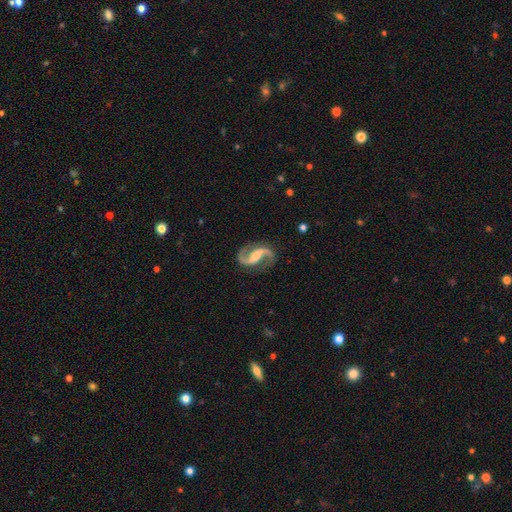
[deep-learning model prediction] Smooth or featured? Predicted: featured or disk (p=0.93). Edge-on disk? Predicted: no (p=0.98). Bar? Predicted: weak (p=0.41). Spiral arms? Predicted: yes (p=0.98). Spiral winding? Predicted: medium (p=0.49). Spiral arm count? Predicted: 2 (p=0.94). Bulge size? Predicted: moderate (p=0.34, tied with small). Merging? Predicted: none (p=0.82).